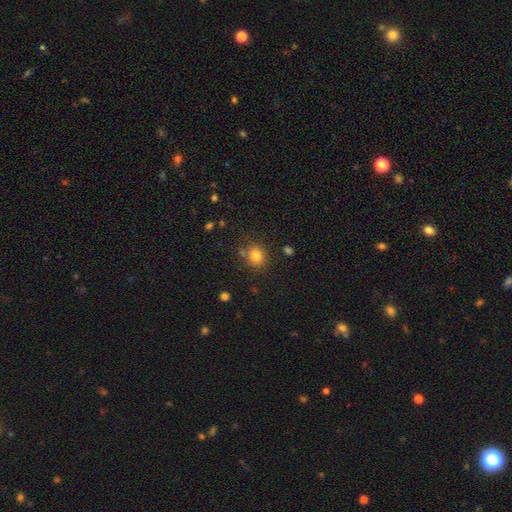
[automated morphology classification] smooth_or_featured: smooth (p=0.81) [alt: star or artifact p=0.13]
how_rounded: round (p=0.76) [alt: in between p=0.23]
merging: none (p=0.77) [alt: minor disturbance p=0.12]